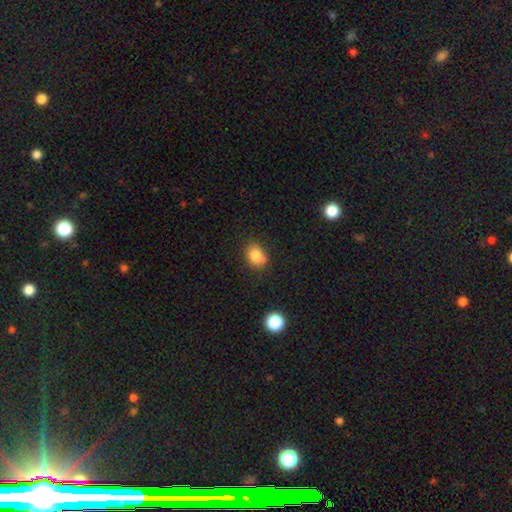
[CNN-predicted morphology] The model was most divided on "how rounded": in between: 55%, round: 44%, cigar-shaped: 1%. More confident: smooth or featured — smooth (81%); merging — none (65%).